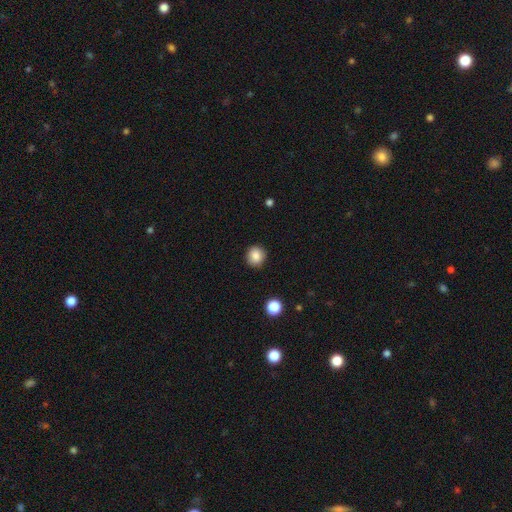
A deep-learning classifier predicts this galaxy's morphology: smooth 86%, star or artifact 9%, featured or disk 5%. Down the decision tree: how rounded — round (89%); merging — none (91%).